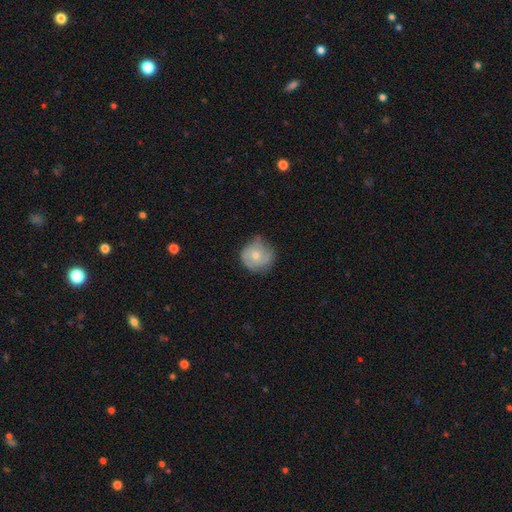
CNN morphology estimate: Smooth or featured?
  - smooth: 52% *
  - featured or disk: 41%
  - star or artifact: 7%
How rounded?
  - round: 88% *
  - in between: 11%
  - cigar-shaped: 1%
Merging?
  - none: 59% *
  - minor disturbance: 31%
  - major disturbance: 9%
  - merger: 2%